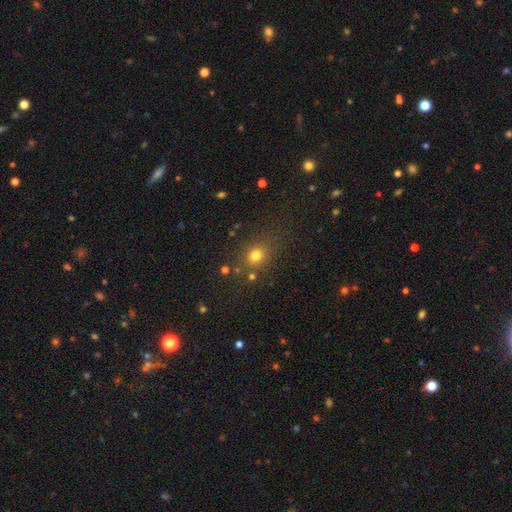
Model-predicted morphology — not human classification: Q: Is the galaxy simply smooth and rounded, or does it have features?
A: smooth — 75%.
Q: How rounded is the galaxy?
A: round — 70%.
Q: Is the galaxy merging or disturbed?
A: none — 77%.